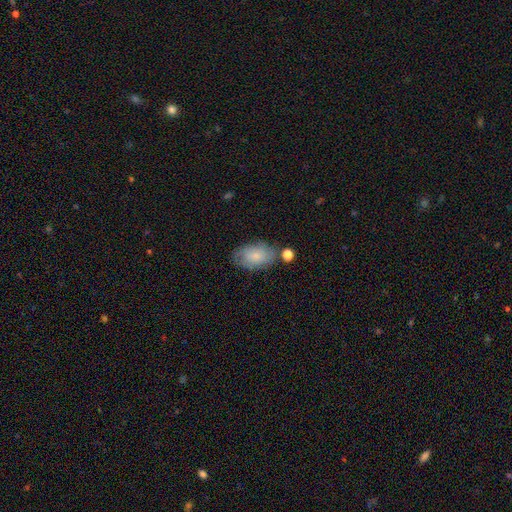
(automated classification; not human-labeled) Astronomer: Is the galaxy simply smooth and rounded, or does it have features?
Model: smooth — 74%.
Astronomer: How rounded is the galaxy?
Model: in between — 92%.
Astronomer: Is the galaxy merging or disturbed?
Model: none — 66%.